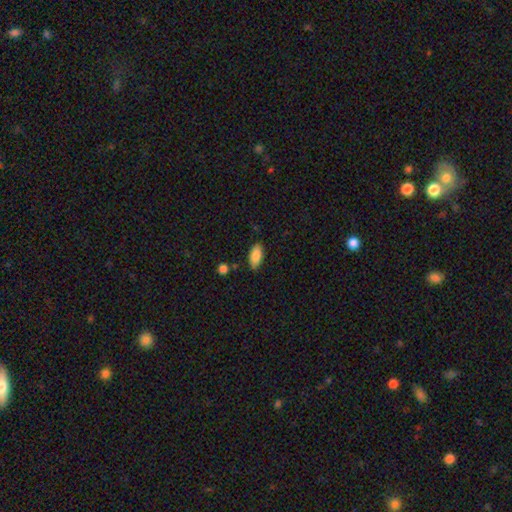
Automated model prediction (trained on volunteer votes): A smooth galaxy with no disk features (85%) that is in between round and cigar-shaped (90%). Merging: none (83%).